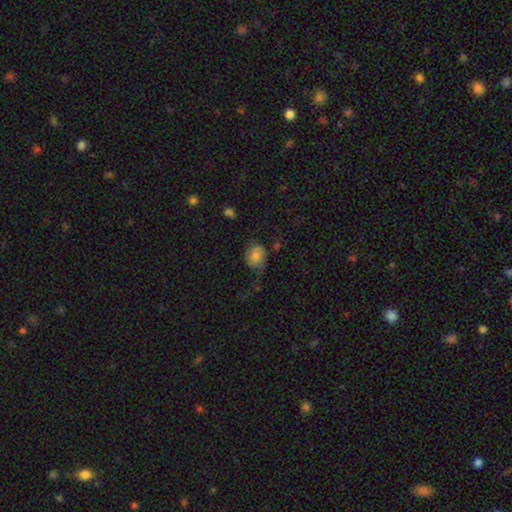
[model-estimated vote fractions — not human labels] smooth_or_featured: smooth (p=0.65) [alt: featured or disk p=0.26]
how_rounded: in between (p=0.55) [alt: round p=0.44]
merging: none (p=0.43) [alt: minor disturbance p=0.28]